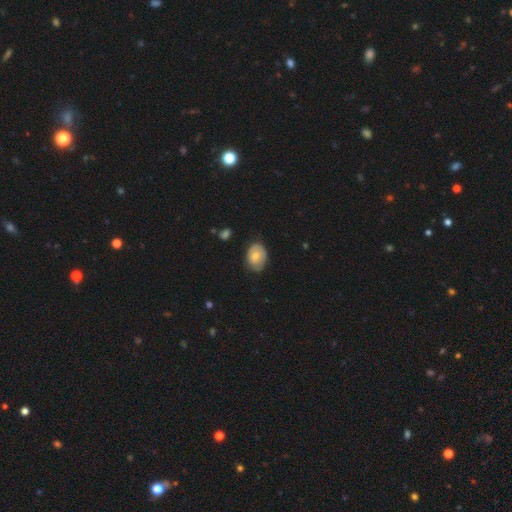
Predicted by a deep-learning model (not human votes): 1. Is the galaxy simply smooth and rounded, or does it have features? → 62% smooth, 32% featured or disk, 7% star or artifact.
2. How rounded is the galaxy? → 73% in between, 26% round, 1% cigar-shaped.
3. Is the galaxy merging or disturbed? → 67% none, 26% minor disturbance, 5% major disturbance, 2% merger.